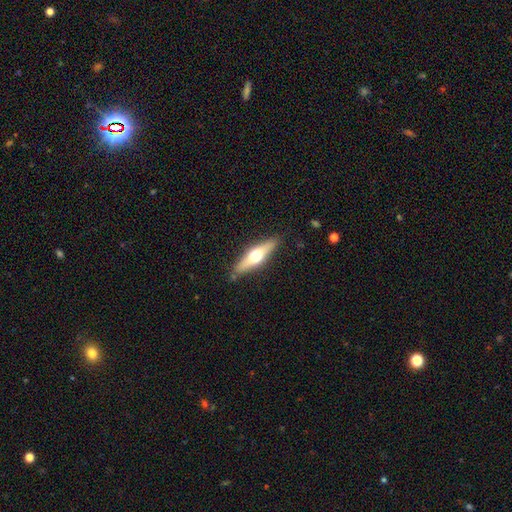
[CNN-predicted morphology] This appears to be a featured or disk galaxy (53%) viewed edge-on (91%). Merging: none (86%).